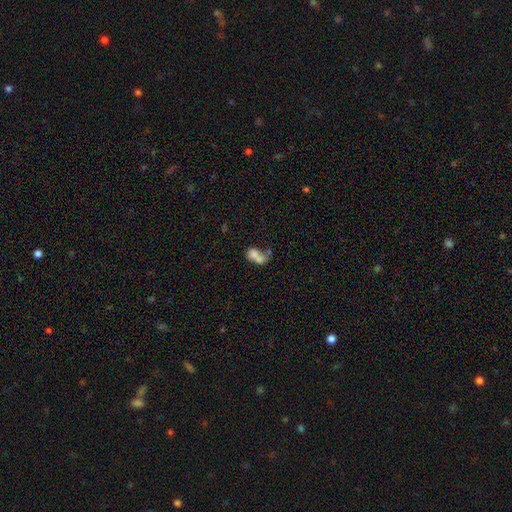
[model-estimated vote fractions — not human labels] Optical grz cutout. It shows a smooth galaxy with no disk features (64%) that is in between round and cigar-shaped (67%). Merging: merger (69%).